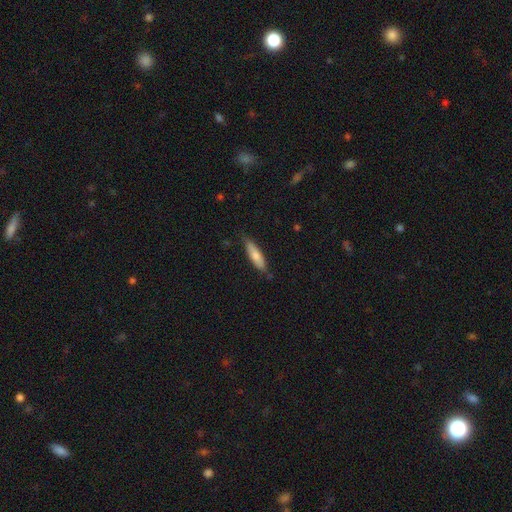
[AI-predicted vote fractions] The model was most divided on "how rounded": cigar-shaped: 68%, in between: 31%, round: 2%. More confident: merging — none (77%); smooth or featured — smooth (72%).